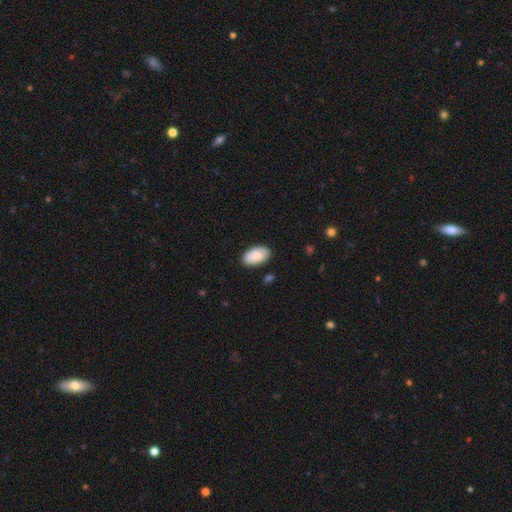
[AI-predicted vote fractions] Smooth or featured?
  - smooth: 85% *
  - featured or disk: 9%
  - star or artifact: 6%
How rounded?
  - in between: 95% *
  - round: 3%
  - cigar-shaped: 1%
Merging?
  - none: 84% *
  - minor disturbance: 12%
  - major disturbance: 2%
  - merger: 2%